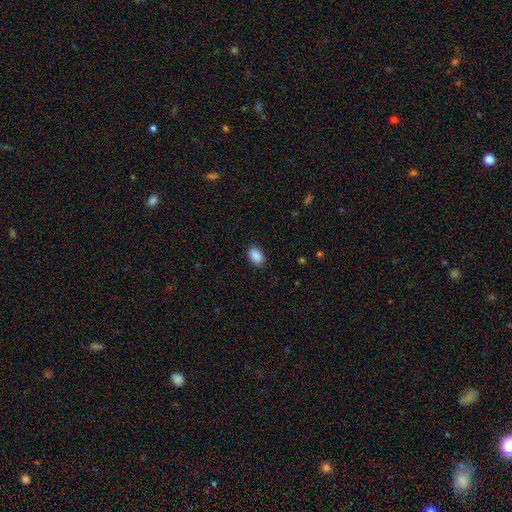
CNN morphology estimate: This appears to be a smooth galaxy with no disk features (90%) that is in between round and cigar-shaped (88%). Merging: none (88%).